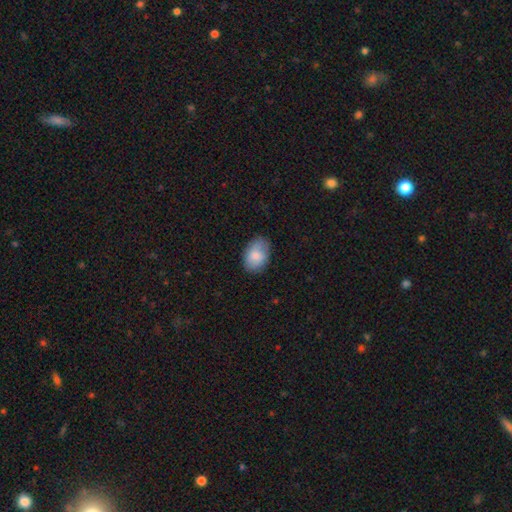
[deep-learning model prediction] smooth_or_featured: smooth (p=0.82) [alt: featured or disk p=0.11]
how_rounded: in between (p=0.86) [alt: round p=0.13]
merging: none (p=0.74) [alt: minor disturbance p=0.21]